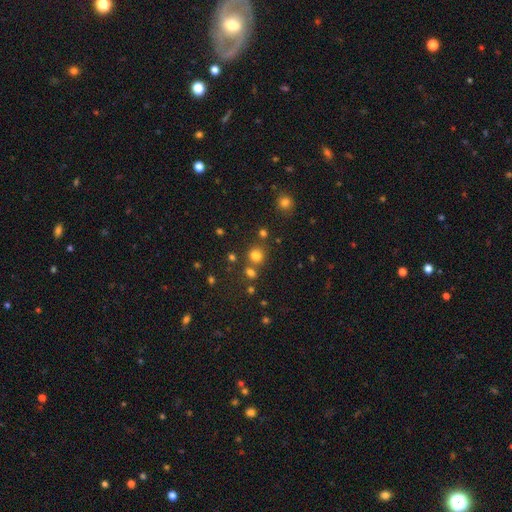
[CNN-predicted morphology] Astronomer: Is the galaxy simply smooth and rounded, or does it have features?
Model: smooth — 75%.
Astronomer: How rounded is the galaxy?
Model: round — 78%.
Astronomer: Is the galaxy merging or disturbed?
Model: none — 68%.